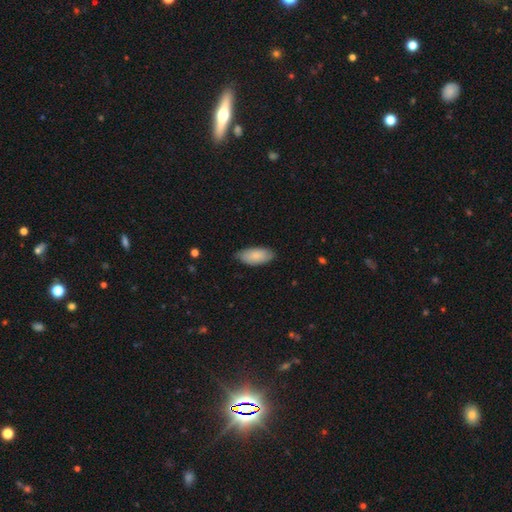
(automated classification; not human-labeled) Q: Smooth or featured?
A: smooth (85%); runner-up: featured or disk (9%)
Q: How rounded?
A: in between (91%); runner-up: cigar-shaped (7%)
Q: Merging?
A: none (79%); runner-up: minor disturbance (17%)